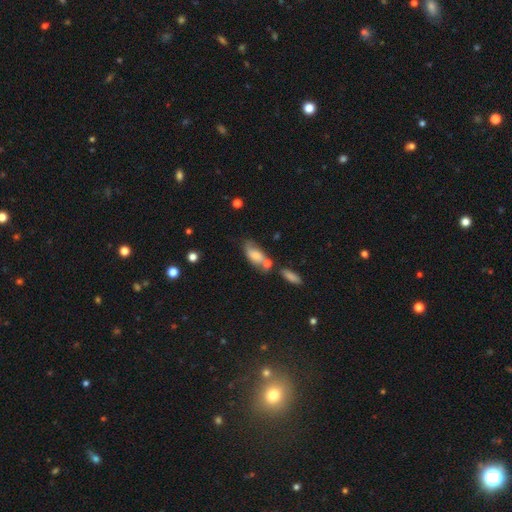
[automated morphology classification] This is likely a smooth galaxy (68%). How rounded: clearly in between (84%). Merging: marginally none (42%).